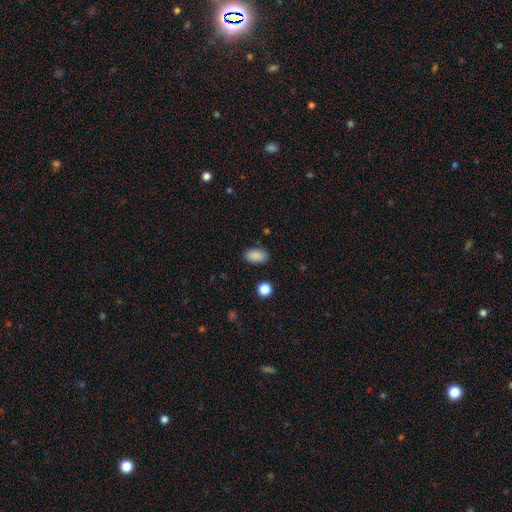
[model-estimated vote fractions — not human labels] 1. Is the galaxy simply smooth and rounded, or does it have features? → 88% smooth, 8% star or artifact, 3% featured or disk.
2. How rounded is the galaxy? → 91% in between, 7% round, 2% cigar-shaped.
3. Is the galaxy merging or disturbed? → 85% none, 11% minor disturbance, 3% major disturbance, 2% merger.